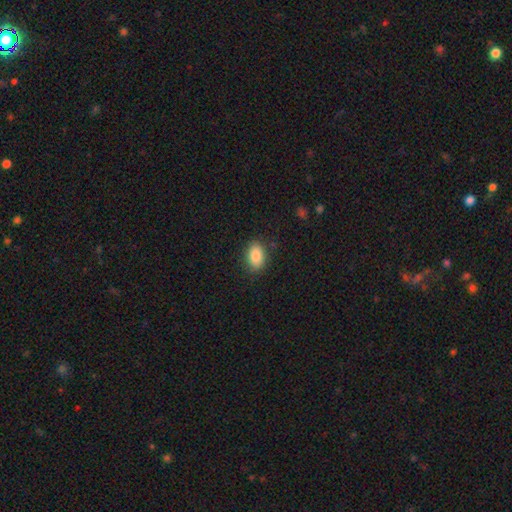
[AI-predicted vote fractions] Q: Smooth or featured?
A: smooth (86%); runner-up: star or artifact (8%)
Q: How rounded?
A: in between (87%); runner-up: round (11%)
Q: Merging?
A: none (85%); runner-up: minor disturbance (11%)